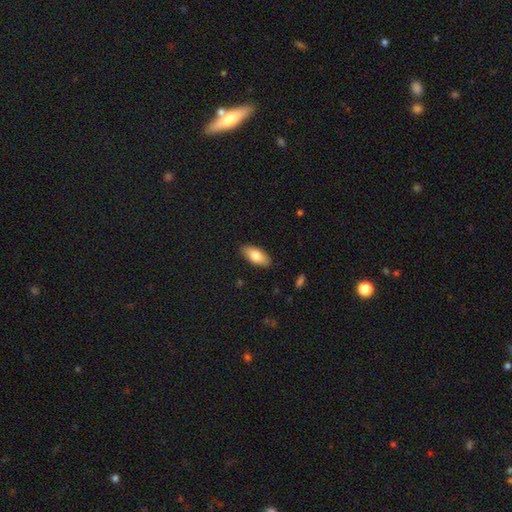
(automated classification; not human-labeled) Q: Smooth or featured?
A: smooth (79%); runner-up: featured or disk (16%)
Q: How rounded?
A: in between (86%); runner-up: cigar-shaped (12%)
Q: Merging?
A: none (88%); runner-up: minor disturbance (9%)